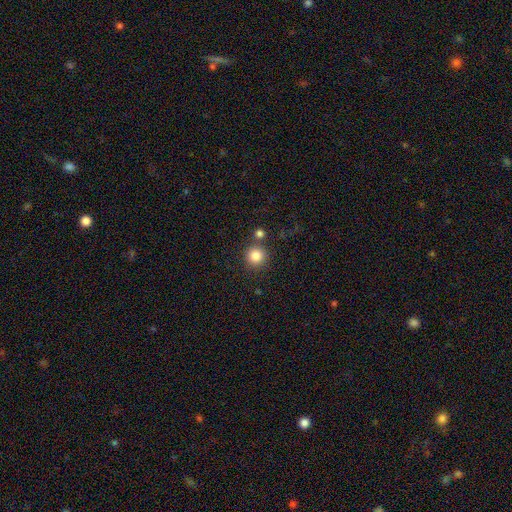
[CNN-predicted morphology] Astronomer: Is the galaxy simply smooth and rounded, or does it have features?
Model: smooth — 84%.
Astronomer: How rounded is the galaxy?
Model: round — 94%.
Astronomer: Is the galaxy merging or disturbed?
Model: none — 80%.